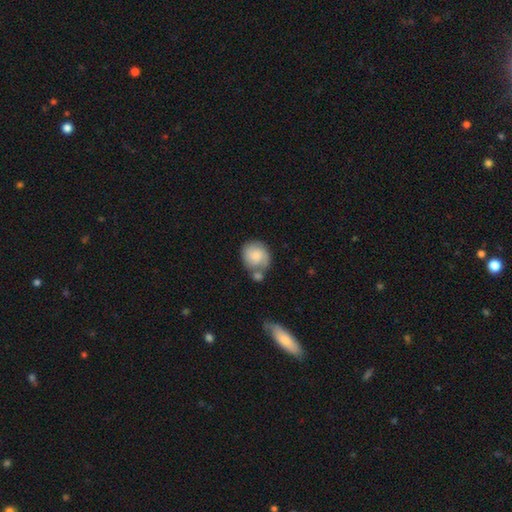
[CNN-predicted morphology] Q: Smooth or featured?
A: smooth (70%); runner-up: featured or disk (23%)
Q: How rounded?
A: round (75%); runner-up: in between (24%)
Q: Merging?
A: none (40%); runner-up: merger (31%)